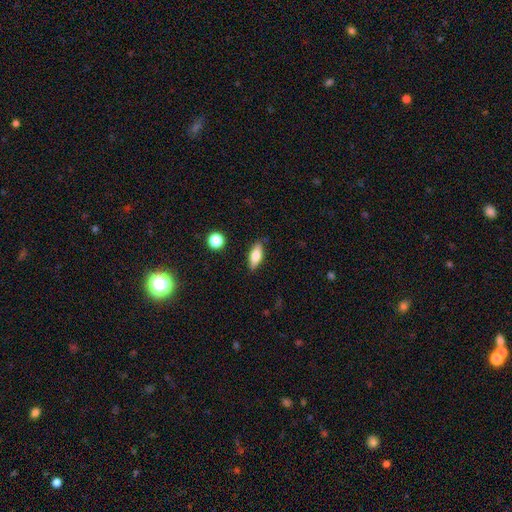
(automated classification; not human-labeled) smooth_or_featured: smooth (p=0.67) [alt: featured or disk p=0.26]
how_rounded: in between (p=0.69) [alt: cigar-shaped p=0.27]
merging: none (p=0.85) [alt: minor disturbance p=0.11]